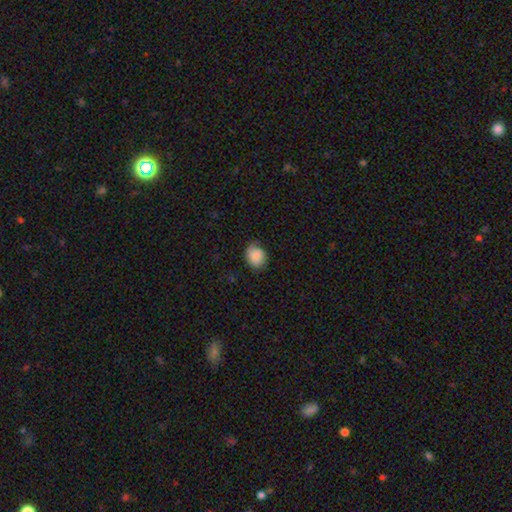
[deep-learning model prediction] Overall: smooth (82%). How rounded: round (53%; in between 47%). Merging: none (63%; minor disturbance 29%).